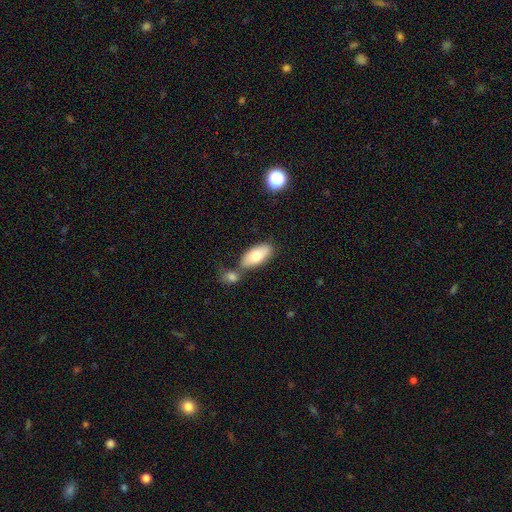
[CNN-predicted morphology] A smooth galaxy with no disk features (75%) that is in between round and cigar-shaped (90%).

Vote fractions:
- Smooth or featured? smooth: 75% / featured or disk: 19% / star or artifact: 6%
- How rounded? in between: 90% / cigar-shaped: 7% / round: 3%
- Merging? none: 56% / merger: 27% / minor disturbance: 13% / major disturbance: 4%